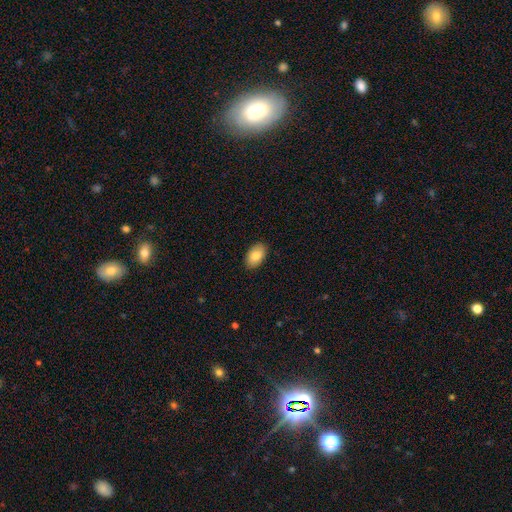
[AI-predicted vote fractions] This appears to be a smooth galaxy with no disk features (83%) that is in between round and cigar-shaped (93%). Merging: none (89%).